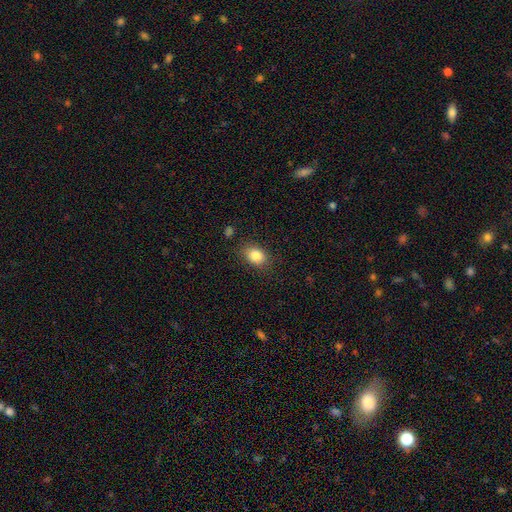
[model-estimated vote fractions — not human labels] Smooth or featured: smooth — 84% (star or artifact — 9%)
How rounded: in between — 69% (round — 30%)
Merging: none — 83% (minor disturbance — 12%)